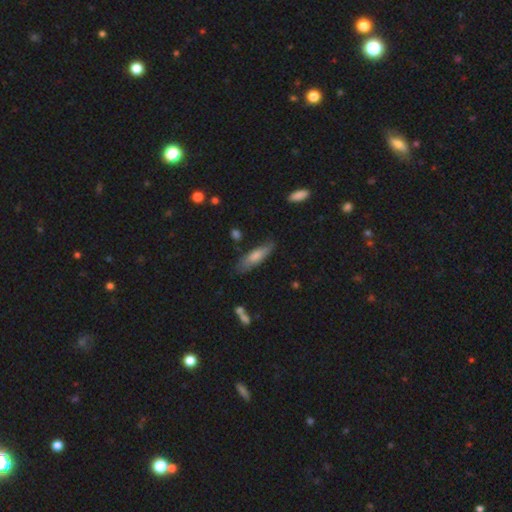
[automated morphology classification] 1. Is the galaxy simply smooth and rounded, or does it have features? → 67% smooth, 26% featured or disk, 7% star or artifact.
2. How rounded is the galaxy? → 66% cigar-shaped, 33% in between, 2% round.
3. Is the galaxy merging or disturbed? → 77% none, 18% minor disturbance, 3% major disturbance, 2% merger.